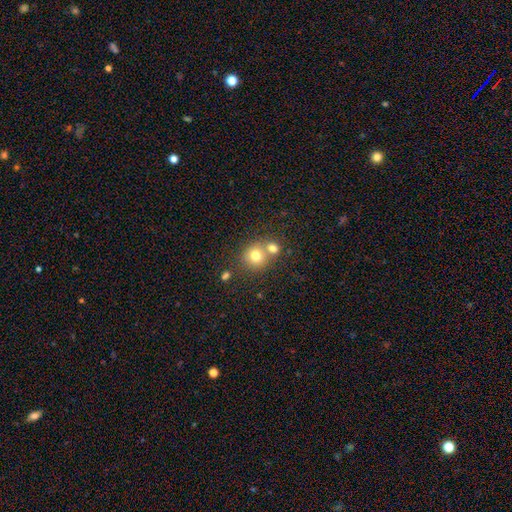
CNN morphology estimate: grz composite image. It shows a smooth galaxy with no disk features (75%) that is round (85%). Merging: none (51%).